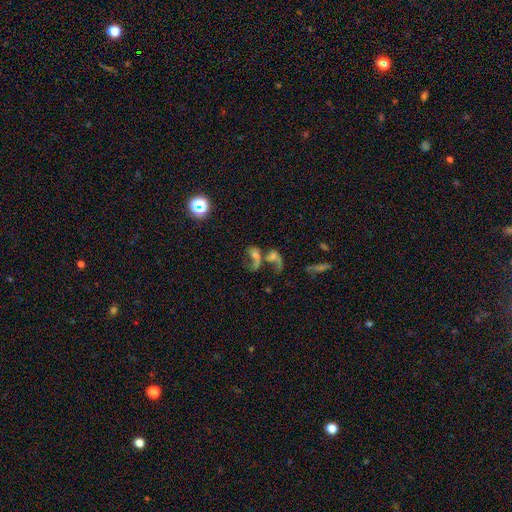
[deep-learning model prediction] A featured or disk galaxy (45%).

Vote fractions:
- Smooth or featured? featured or disk: 45% / smooth: 29% / star or artifact: 26%
- Merging? merger: 61% / major disturbance: 17% / none: 16% / minor disturbance: 7%